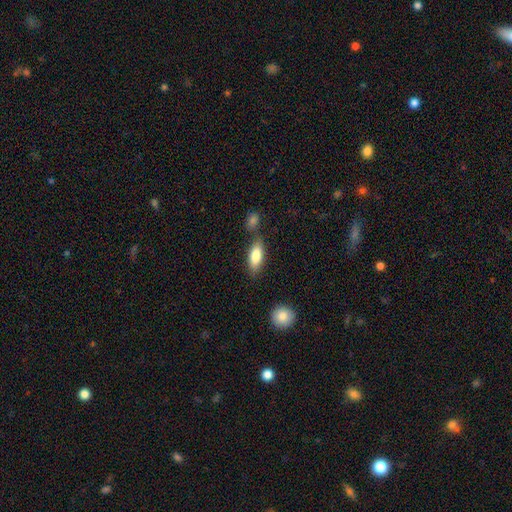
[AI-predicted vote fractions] Q: Smooth or featured?
A: smooth (82%); runner-up: featured or disk (12%)
Q: How rounded?
A: in between (81%); runner-up: cigar-shaped (16%)
Q: Merging?
A: none (68%); runner-up: minor disturbance (16%)